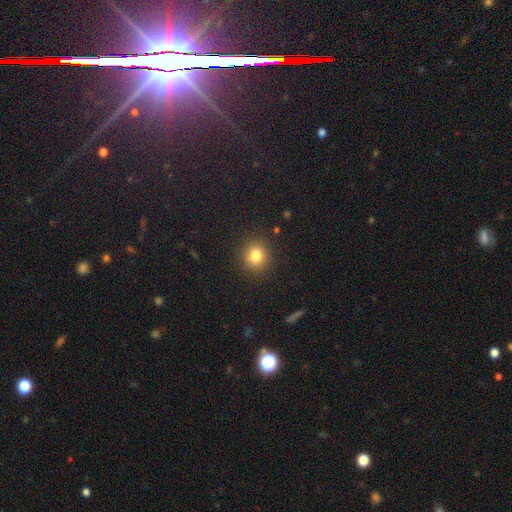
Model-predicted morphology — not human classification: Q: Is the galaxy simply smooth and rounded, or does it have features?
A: smooth — 81%.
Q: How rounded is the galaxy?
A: round — 80%.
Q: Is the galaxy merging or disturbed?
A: none — 89%.